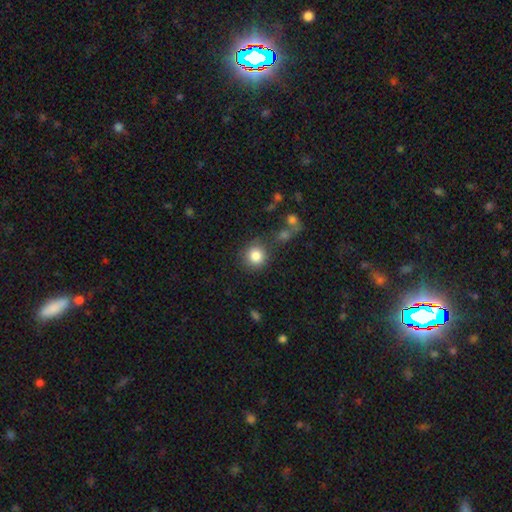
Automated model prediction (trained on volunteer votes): Overall: smooth (85%). How rounded: round (90%). Merging: none (79%).